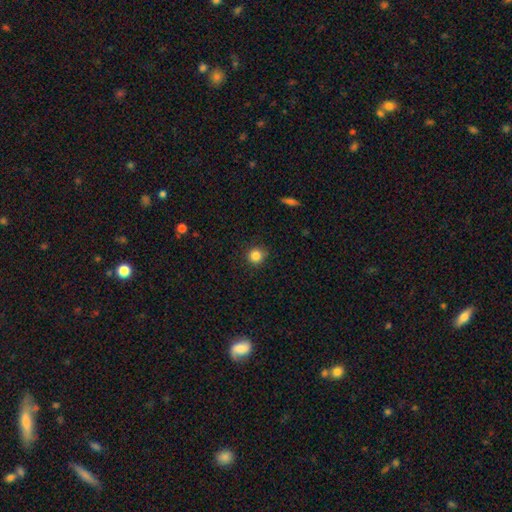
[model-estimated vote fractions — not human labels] Smooth or featured? smooth (85%)
How rounded? round (92%)
Merging? none (87%)